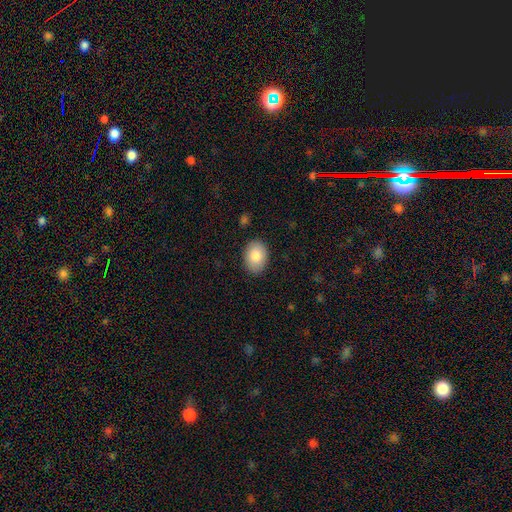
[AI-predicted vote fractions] smooth-or-featured: smooth: 85% | featured or disk: 9% | star or artifact: 6%
  how-rounded: in between: 80% | round: 19% | cigar-shaped: 1%
  merging: none: 87% | minor disturbance: 9% | major disturbance: 2% | merger: 1%